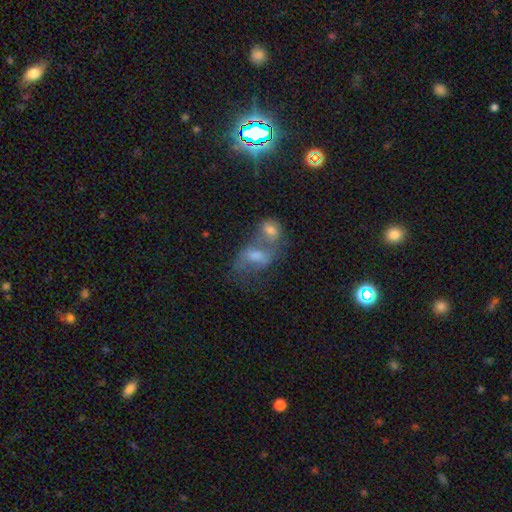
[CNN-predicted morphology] Smooth or featured? Predicted: featured or disk (p=0.43). Merging? Predicted: merger (p=0.59).